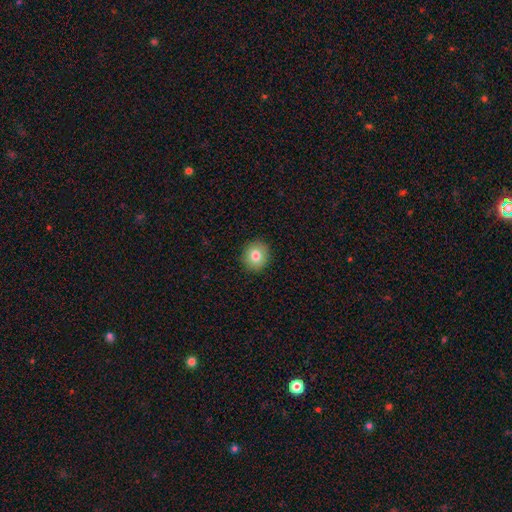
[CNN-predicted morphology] This is clearly a smooth galaxy (81%). How rounded: clearly round (84%). Merging: clearly none (91%).